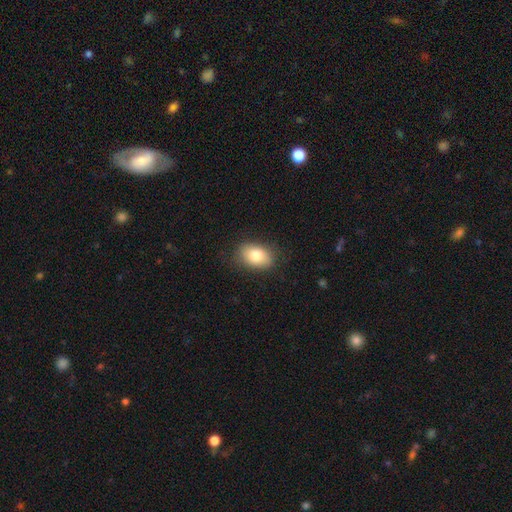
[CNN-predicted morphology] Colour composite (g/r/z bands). It shows a smooth galaxy with no disk features (81%) that is in between round and cigar-shaped (85%). Merging: none (84%).